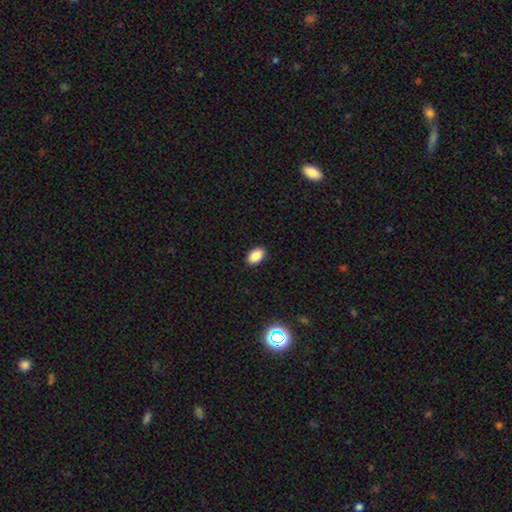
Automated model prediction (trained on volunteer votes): This is clearly a smooth galaxy (87%). How rounded: clearly in between (89%). Merging: clearly none (89%).